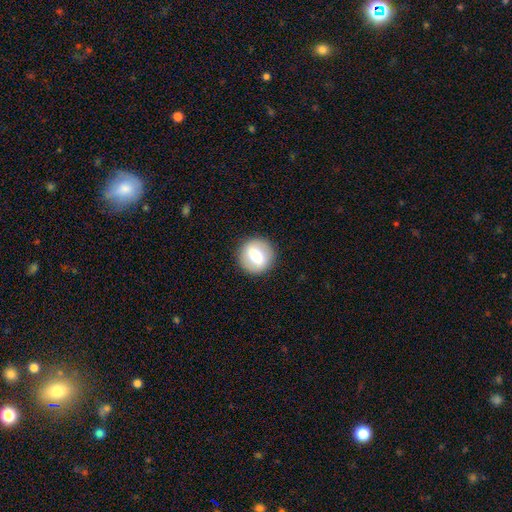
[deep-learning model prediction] Smooth or featured?
  - smooth: 55% *
  - featured or disk: 38%
  - star or artifact: 7%
How rounded?
  - round: 88% *
  - in between: 11%
  - cigar-shaped: 1%
Merging?
  - none: 89% *
  - minor disturbance: 8%
  - major disturbance: 3%
  - merger: 1%